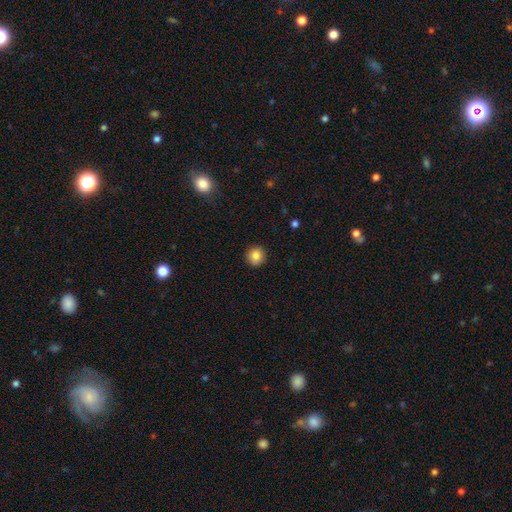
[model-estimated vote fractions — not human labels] This is clearly a smooth galaxy (84%). How rounded: clearly round (92%). Merging: clearly none (92%).